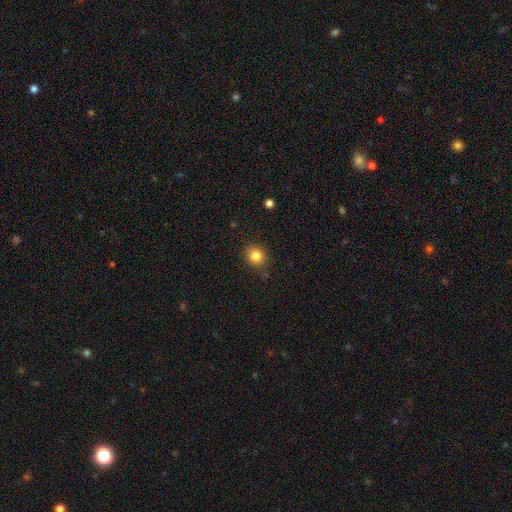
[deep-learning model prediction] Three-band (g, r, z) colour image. It shows a smooth galaxy with no disk features (83%) that is round (74%). Merging: none (85%).